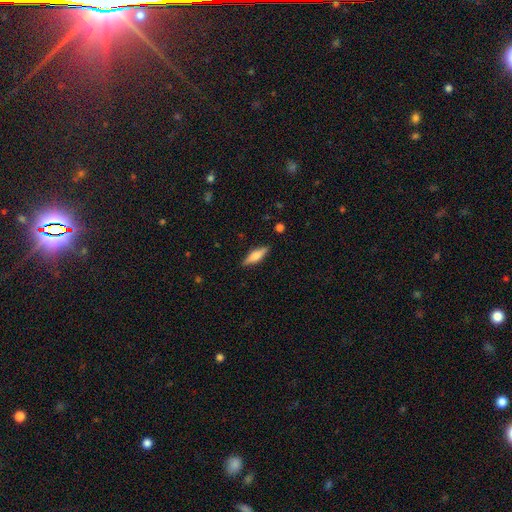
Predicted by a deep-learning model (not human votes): smooth-or-featured: smooth: 59% | featured or disk: 34% | star or artifact: 6%
  how-rounded: cigar-shaped: 56% | in between: 42% | round: 2%
  merging: none: 87% | minor disturbance: 9% | major disturbance: 2% | merger: 1%